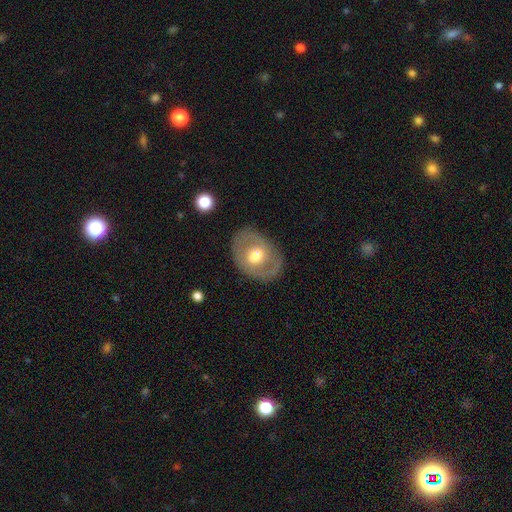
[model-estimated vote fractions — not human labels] Smooth or featured? featured or disk (49%)
Merging? none (80%)